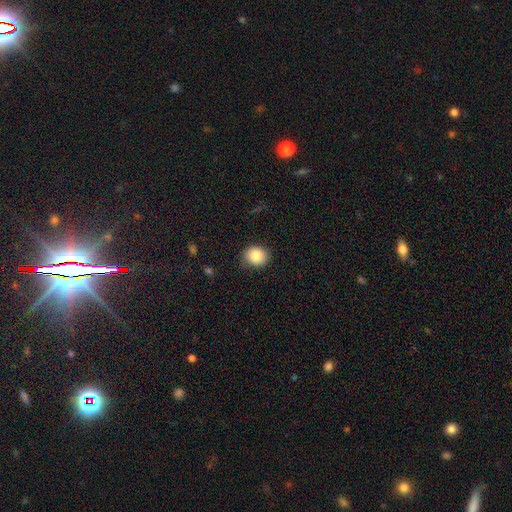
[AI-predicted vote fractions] Smooth or featured?
  - smooth: 83% *
  - star or artifact: 9%
  - featured or disk: 8%
How rounded?
  - round: 70% *
  - in between: 29%
  - cigar-shaped: 1%
Merging?
  - none: 83% *
  - minor disturbance: 13%
  - major disturbance: 3%
  - merger: 1%